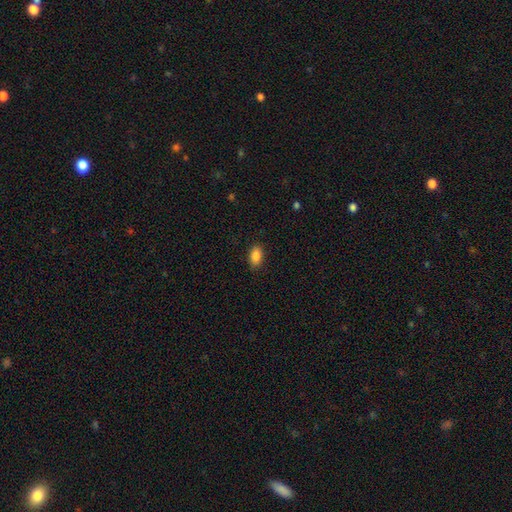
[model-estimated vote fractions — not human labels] Smooth or featured: smooth — 87% (star or artifact — 8%)
How rounded: in between — 90% (round — 8%)
Merging: none — 86% (minor disturbance — 11%)